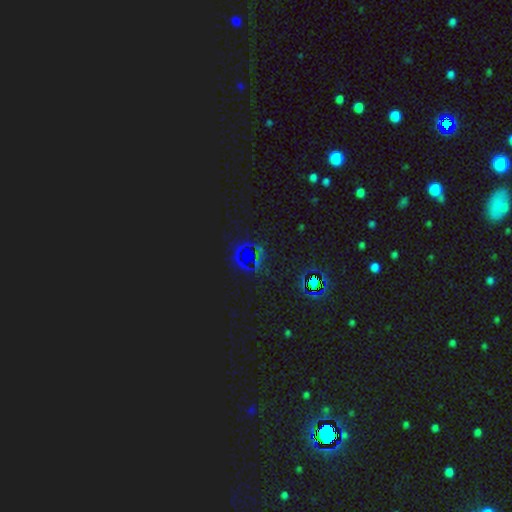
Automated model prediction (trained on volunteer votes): Smooth or featured? star or artifact (82%)